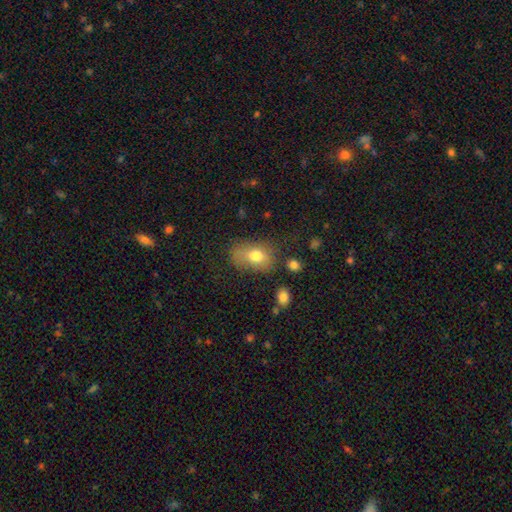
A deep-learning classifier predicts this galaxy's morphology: Smooth or featured?
  - smooth: 74% *
  - featured or disk: 16%
  - star or artifact: 10%
How rounded?
  - in between: 82% *
  - round: 17%
  - cigar-shaped: 2%
Merging?
  - none: 50% *
  - minor disturbance: 28%
  - major disturbance: 16%
  - merger: 6%